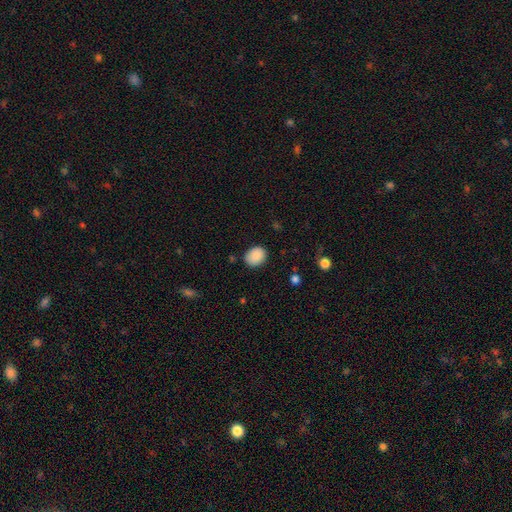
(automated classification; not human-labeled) Smooth or featured? smooth (88%)
How rounded? round (55%)
Merging? none (83%)